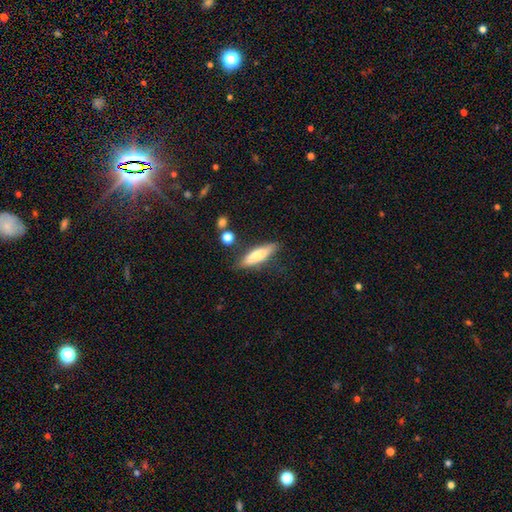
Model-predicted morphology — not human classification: Smooth or featured?
  - smooth: 67% *
  - featured or disk: 26%
  - star or artifact: 7%
How rounded?
  - cigar-shaped: 68% *
  - in between: 30%
  - round: 2%
Merging?
  - none: 71% *
  - minor disturbance: 18%
  - merger: 6%
  - major disturbance: 5%